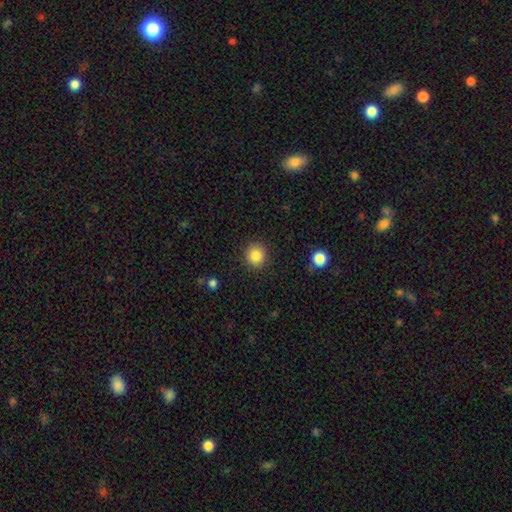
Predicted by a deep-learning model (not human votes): Smooth or featured: smooth — 85% (star or artifact — 10%)
How rounded: round — 89% (in between — 10%)
Merging: none — 89% (minor disturbance — 7%)